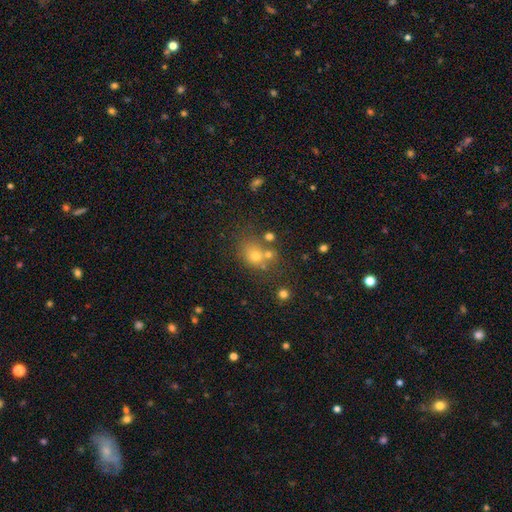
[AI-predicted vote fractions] smooth-or-featured: smooth: 62% | star or artifact: 24% | featured or disk: 14%
  how-rounded: round: 59% | in between: 39% | cigar-shaped: 1%
  merging: none: 55% | merger: 25% | minor disturbance: 13% | major disturbance: 7%